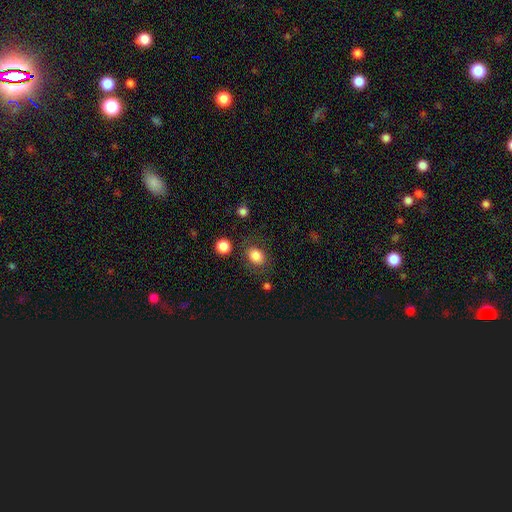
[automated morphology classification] smooth-or-featured: smooth: 83% | star or artifact: 10% | featured or disk: 7%
  how-rounded: in between: 58% | round: 41% | cigar-shaped: 1%
  merging: none: 75% | minor disturbance: 15% | major disturbance: 6% | merger: 4%